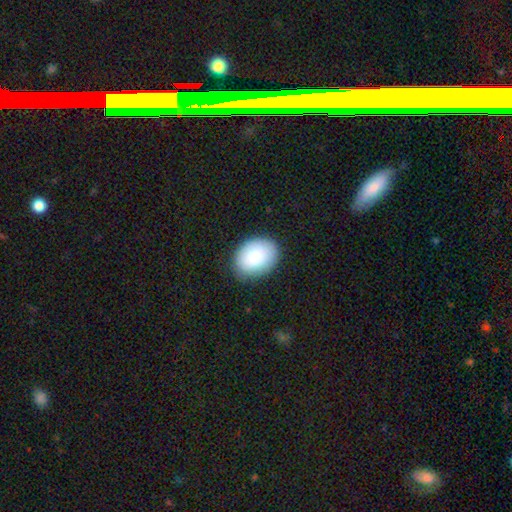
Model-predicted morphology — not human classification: A smooth galaxy with no disk features (79%) that is in between round and cigar-shaped (67%).

Vote fractions:
- Smooth or featured? smooth: 79% / featured or disk: 14% / star or artifact: 7%
- How rounded? in between: 67% / round: 32% / cigar-shaped: 1%
- Merging? none: 84% / minor disturbance: 12% / major disturbance: 3% / merger: 1%